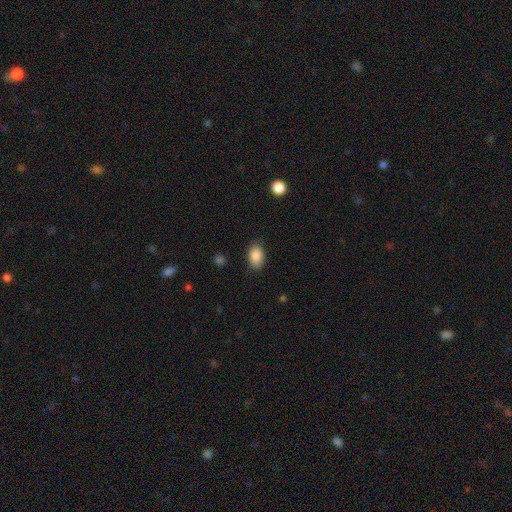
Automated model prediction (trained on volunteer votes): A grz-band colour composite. It shows a smooth galaxy with no disk features (87%) that is in between round and cigar-shaped (88%). Merging: none (84%).